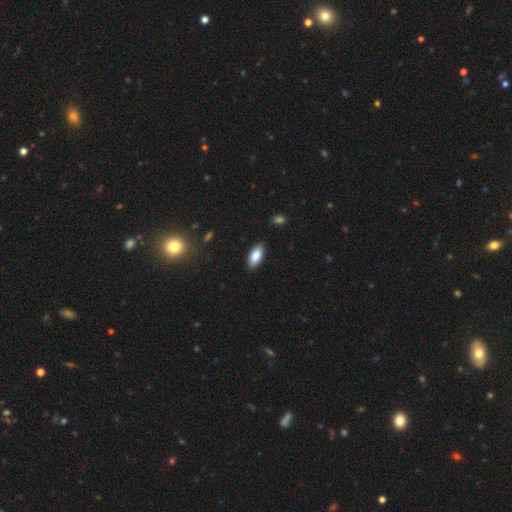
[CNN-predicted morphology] This appears to be a smooth galaxy with no disk features (87%) that is in between round and cigar-shaped (92%). Merging: none (87%).